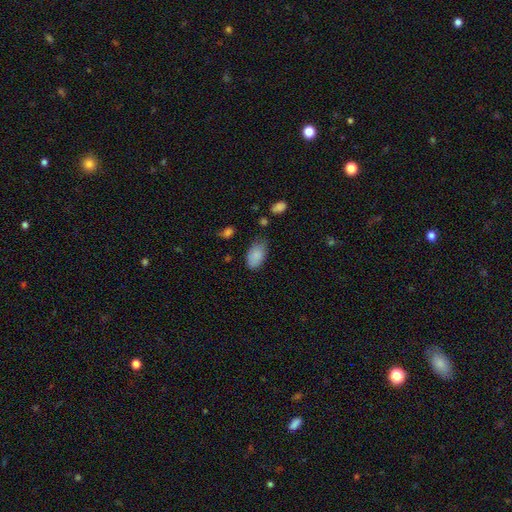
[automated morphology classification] A smooth galaxy with no disk features (87%) that is in between round and cigar-shaped (94%). Merging: none (64%).